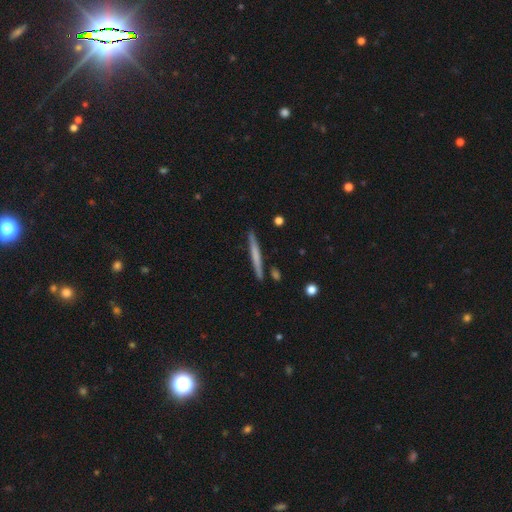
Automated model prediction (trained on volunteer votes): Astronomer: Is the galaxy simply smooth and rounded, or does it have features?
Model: smooth — 52% (runner-up: featured or disk, 42%).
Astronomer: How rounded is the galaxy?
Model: cigar-shaped — 96%.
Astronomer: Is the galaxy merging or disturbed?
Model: none — 88%.